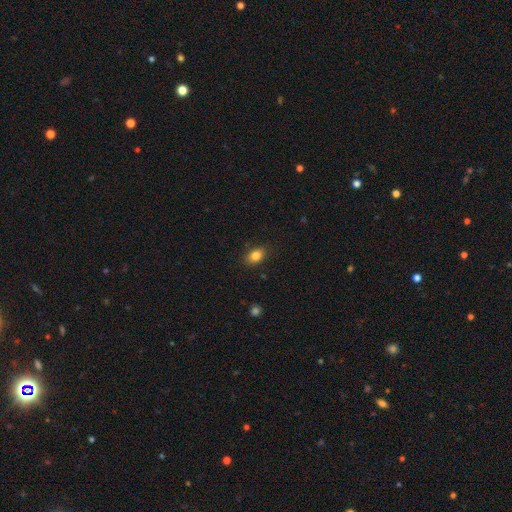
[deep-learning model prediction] Smooth or featured? Predicted: smooth (p=0.84). How rounded? Predicted: in between (p=0.75). Merging? Predicted: none (p=0.85).